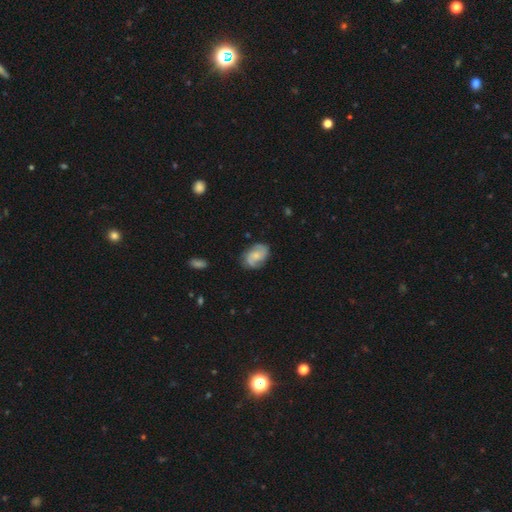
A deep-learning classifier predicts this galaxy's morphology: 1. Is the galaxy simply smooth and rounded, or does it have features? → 64% featured or disk, 29% smooth, 7% star or artifact.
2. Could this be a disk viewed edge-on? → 97% no, 3% yes.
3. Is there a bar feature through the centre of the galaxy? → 63% no, 32% weak, 5% strong.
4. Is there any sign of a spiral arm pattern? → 93% yes, 7% no.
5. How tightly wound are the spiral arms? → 46% medium, 32% tight, 23% loose.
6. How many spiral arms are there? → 77% 2, 11% can't tell, 6% 3, 3% 1, 2% 4, 2% more than 4.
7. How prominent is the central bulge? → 45% small, 35% moderate, 15% none, 4% large, 1% dominant.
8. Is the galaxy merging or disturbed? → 76% none, 18% minor disturbance, 5% major disturbance, 1% merger.